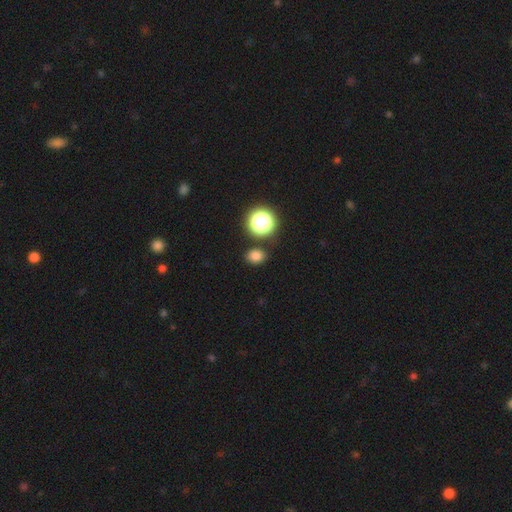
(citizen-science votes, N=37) smooth_or_featured: smooth (p=0.92) [alt: star or artifact p=0.08]
how_rounded: round (p=0.71) [alt: in between p=0.26]
merging: none (p=0.82) [alt: merger p=0.12]